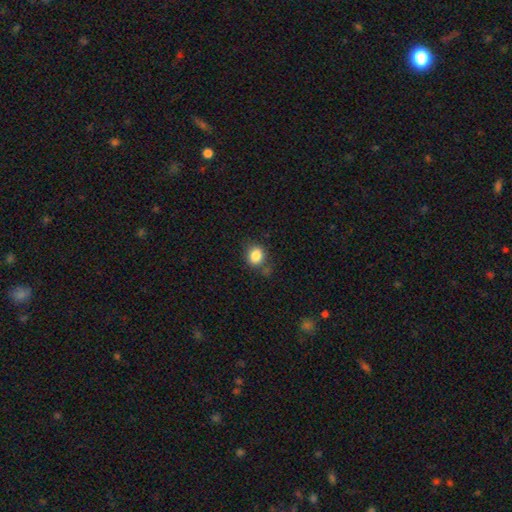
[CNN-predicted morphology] Smooth or featured: smooth — 84% (star or artifact — 10%)
How rounded: round — 61% (in between — 38%)
Merging: none — 72% (minor disturbance — 16%)